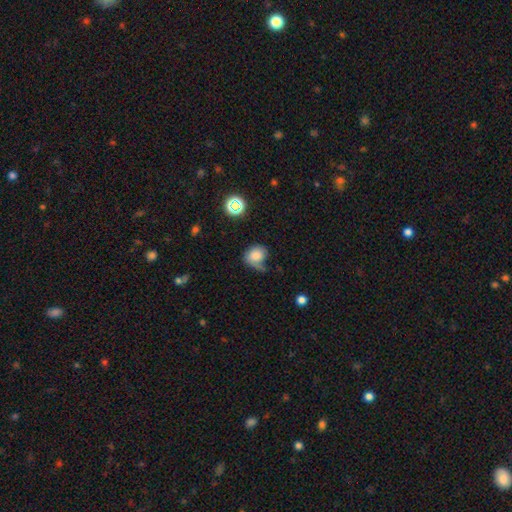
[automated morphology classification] Smooth or featured?
  - smooth: 76% *
  - featured or disk: 13%
  - star or artifact: 10%
How rounded?
  - round: 64% *
  - in between: 35%
  - cigar-shaped: 1%
Merging?
  - none: 38% *
  - minor disturbance: 31%
  - major disturbance: 23%
  - merger: 8%